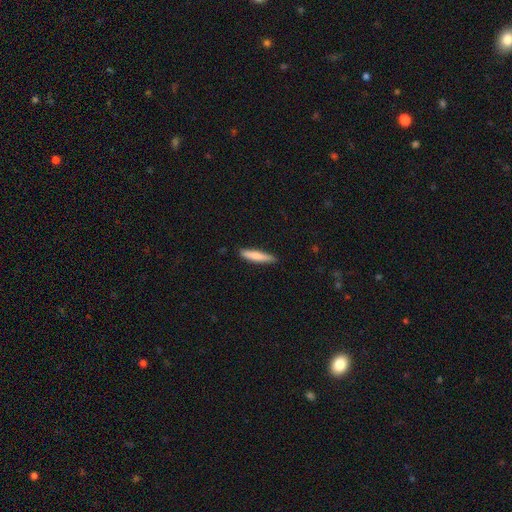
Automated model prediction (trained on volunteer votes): The model was most divided on "smooth or featured": smooth: 77%, featured or disk: 18%, star or artifact: 6%. More confident: how rounded — cigar-shaped (88%); merging — none (86%).